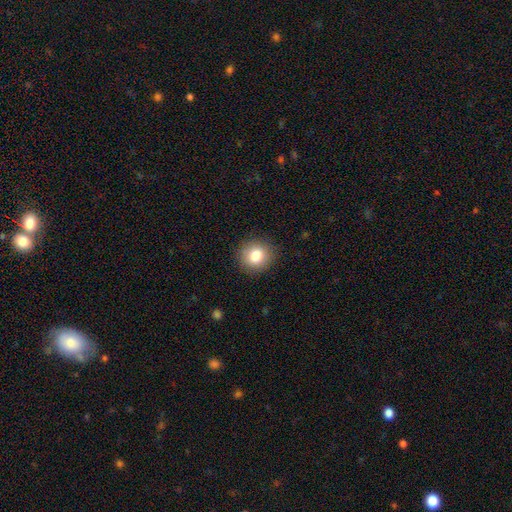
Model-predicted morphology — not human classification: This appears to be a smooth galaxy with no disk features (82%) that is round (88%). Merging: none (90%).